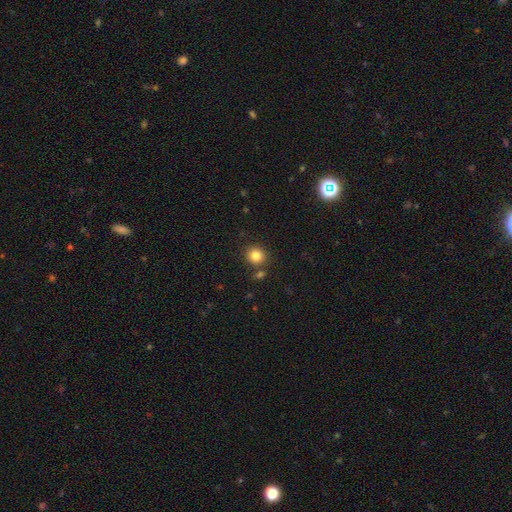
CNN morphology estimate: This appears to be a smooth galaxy with no disk features (83%) that is round (87%). Merging: none (82%).